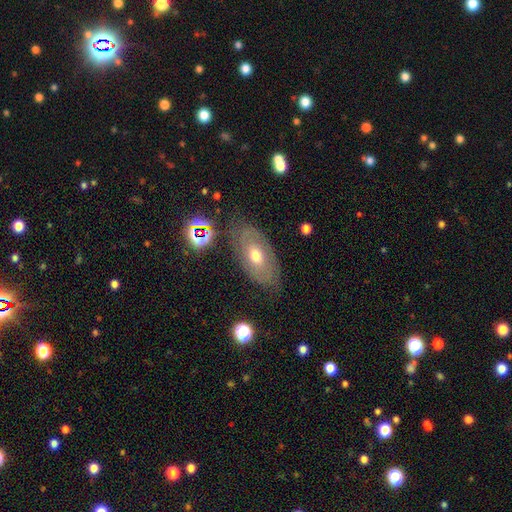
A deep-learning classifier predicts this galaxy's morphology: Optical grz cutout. It shows a featured or disk galaxy (62%) with no bar (79%), spiral arms (58%) and a moderate central bulge (71%). Merging: none (74%).